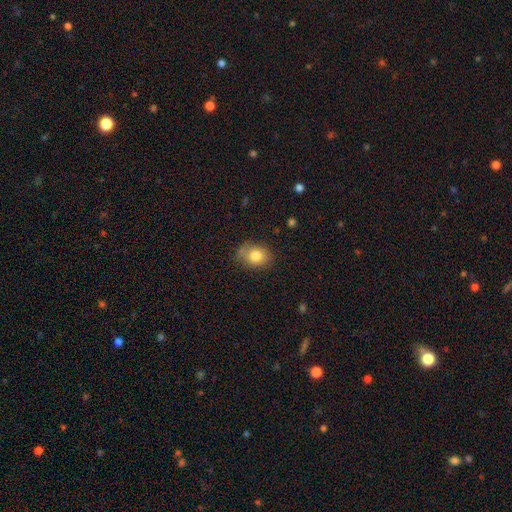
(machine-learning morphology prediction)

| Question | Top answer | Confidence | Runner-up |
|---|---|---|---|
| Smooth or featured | smooth | 78% | featured or disk (13%) |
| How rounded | in between | 59% | round (40%) |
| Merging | none | 69% | minor disturbance (23%) |